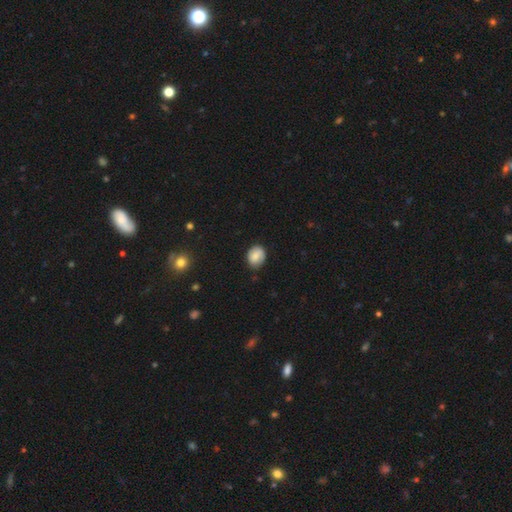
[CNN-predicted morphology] type=smooth (76%); roundness=in between (51%); merging=none (72%).